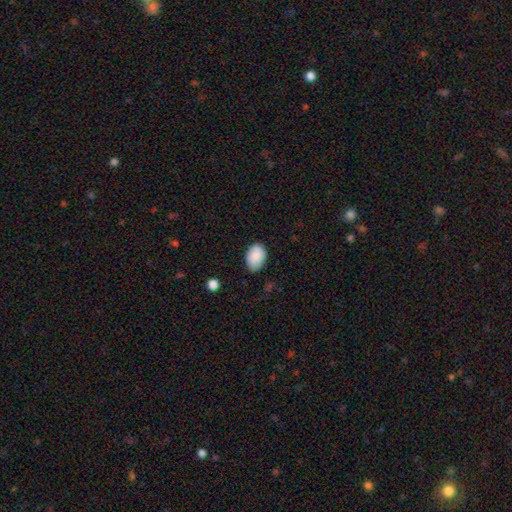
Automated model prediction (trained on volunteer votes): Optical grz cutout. It shows a smooth galaxy with no disk features (87%) that is in between round and cigar-shaped (83%). Merging: none (78%).